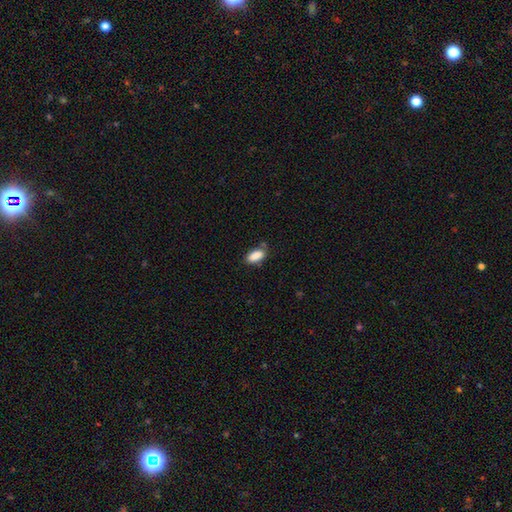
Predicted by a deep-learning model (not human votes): Smooth or featured: smooth — 87% (star or artifact — 8%)
How rounded: in between — 89% (cigar-shaped — 7%)
Merging: none — 68% (minor disturbance — 22%)